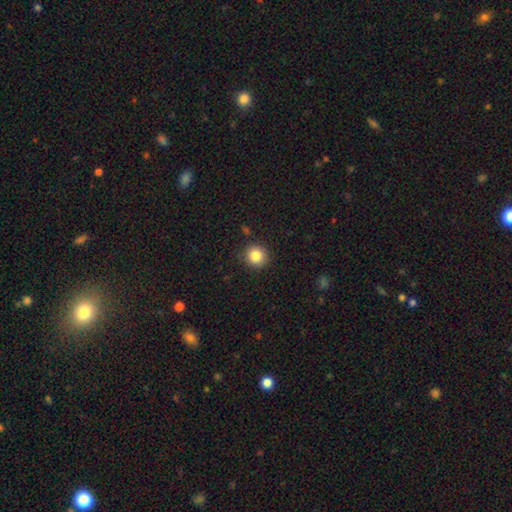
smooth 92%, featured or disk 5%, star or artifact 3%. Down the decision tree: how rounded — round (92%); merging — none (84%).